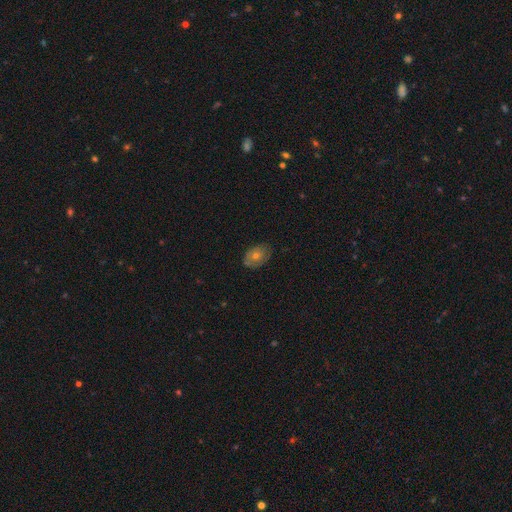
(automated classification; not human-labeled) Smooth or featured? Predicted: smooth (p=0.52). How rounded? Predicted: in between (p=0.74). Merging? Predicted: none (p=0.74).